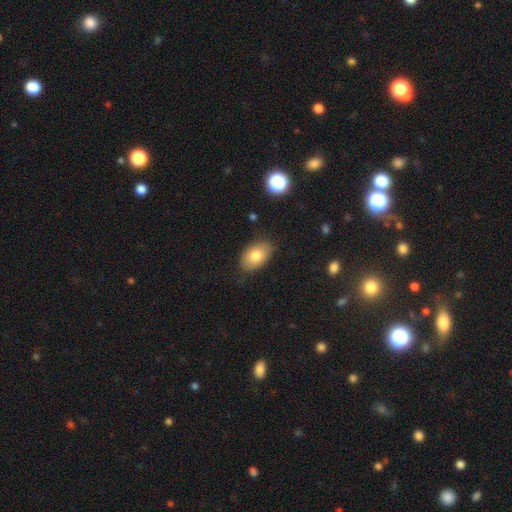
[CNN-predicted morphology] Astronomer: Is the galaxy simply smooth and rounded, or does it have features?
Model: smooth — 79%.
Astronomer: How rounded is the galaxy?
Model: in between — 89%.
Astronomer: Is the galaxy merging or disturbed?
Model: none — 77%.